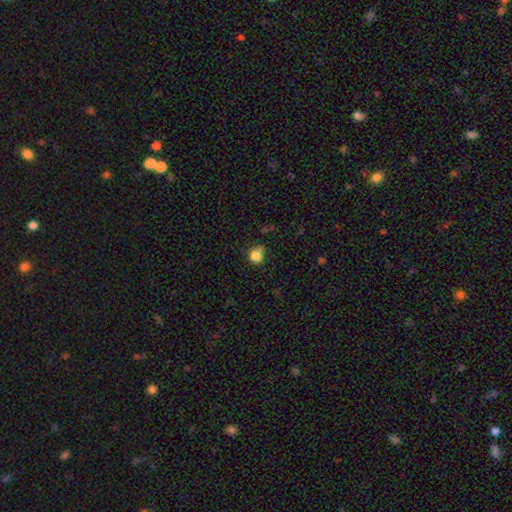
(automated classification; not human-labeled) Overall: smooth (83%). How rounded: round (82%). Merging: none (64%).